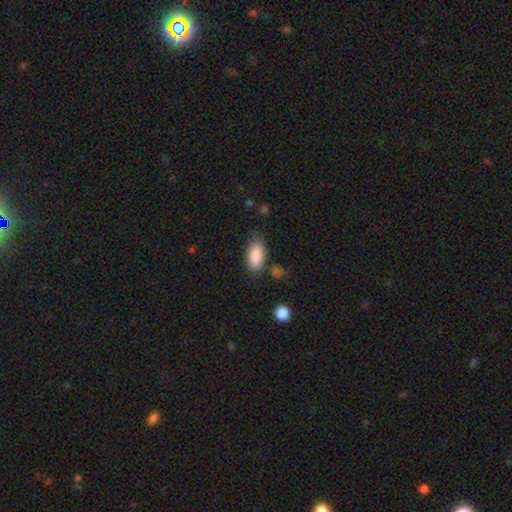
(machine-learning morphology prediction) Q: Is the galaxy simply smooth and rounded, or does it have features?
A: smooth — 88%.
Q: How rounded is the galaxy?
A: in between — 89%.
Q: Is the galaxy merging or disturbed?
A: none — 73%.